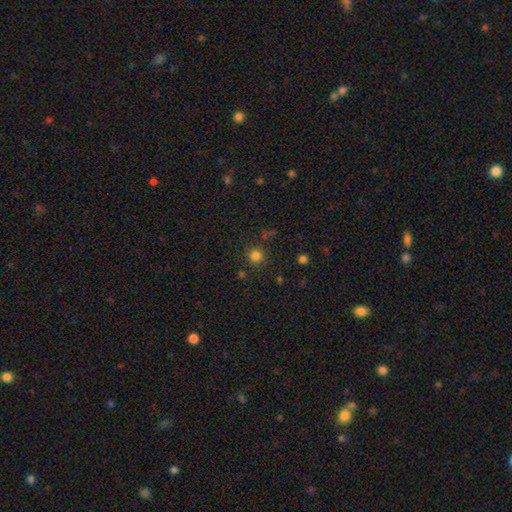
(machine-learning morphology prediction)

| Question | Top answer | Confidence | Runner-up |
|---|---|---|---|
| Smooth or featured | smooth | 80% | star or artifact (15%) |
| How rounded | round | 94% | in between (5%) |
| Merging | none | 86% | minor disturbance (8%) |